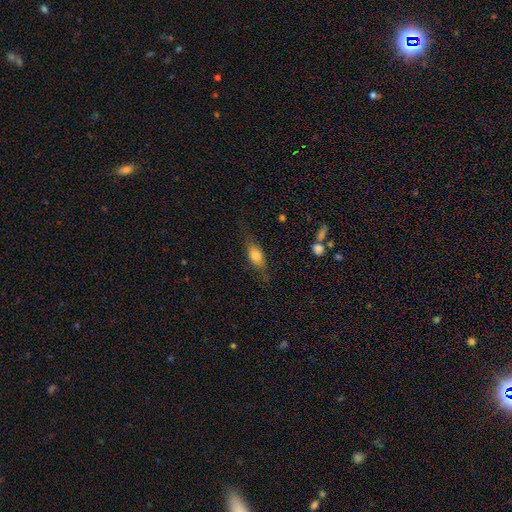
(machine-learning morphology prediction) type=smooth (66%); roundness=in between (73%); merging=none (68%).